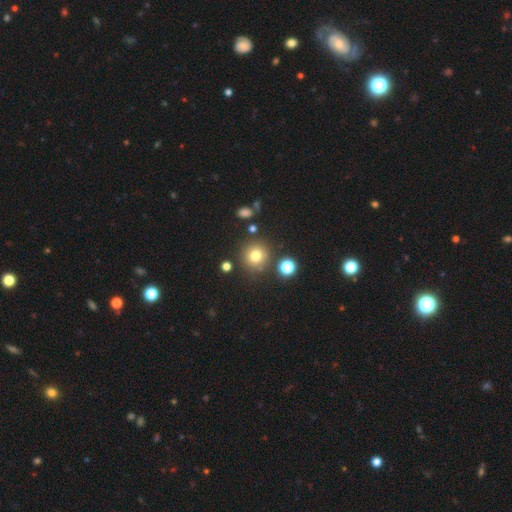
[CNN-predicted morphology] This is likely a smooth galaxy (75%). How rounded: clearly round (93%). Merging: clearly none (81%).